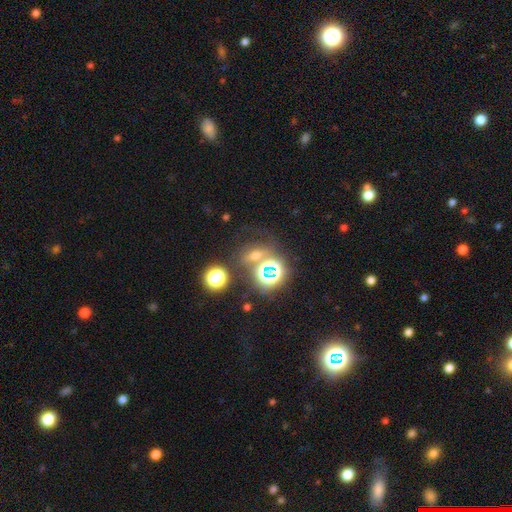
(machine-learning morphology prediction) Smooth or featured? Predicted: star or artifact (p=0.51).